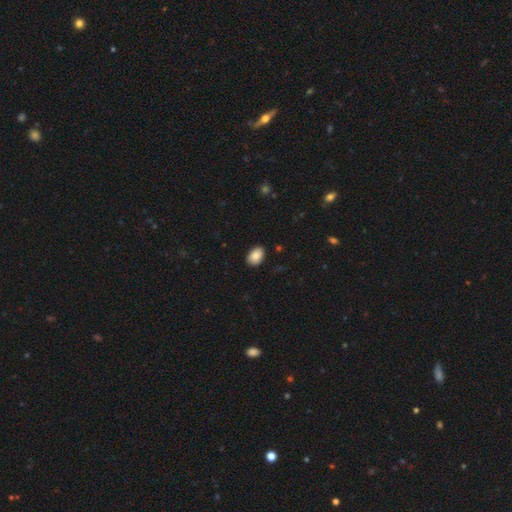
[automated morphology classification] type=smooth (87%); roundness=in between (86%); merging=none (88%).